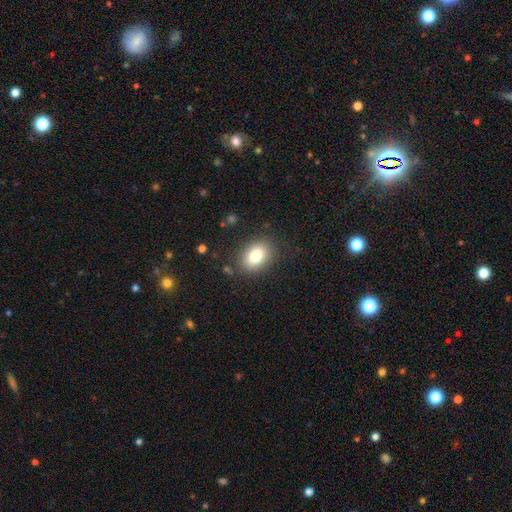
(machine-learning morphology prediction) The model was most divided on "how rounded": in between: 74%, round: 25%, cigar-shaped: 1%. More confident: merging — none (84%); smooth or featured — smooth (82%).